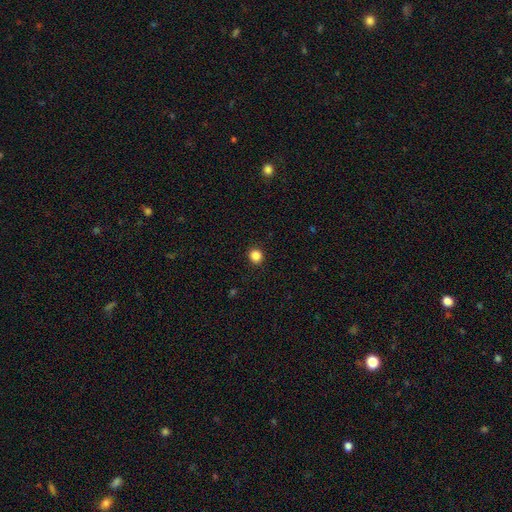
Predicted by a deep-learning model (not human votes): The model was most divided on "smooth or featured": smooth: 85%, star or artifact: 12%, featured or disk: 3%. More confident: merging — none (92%); how rounded — round (91%).